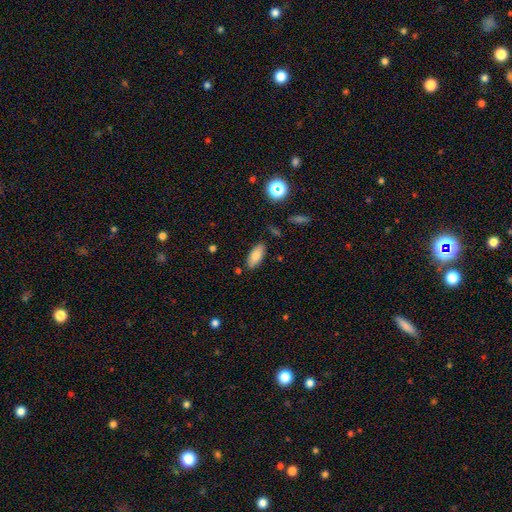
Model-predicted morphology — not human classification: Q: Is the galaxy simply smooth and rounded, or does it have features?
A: smooth — 78%.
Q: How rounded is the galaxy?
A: in between — 84%.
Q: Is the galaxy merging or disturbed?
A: none — 83%.